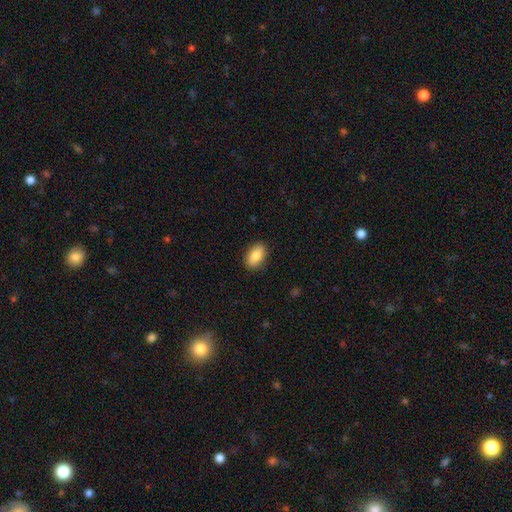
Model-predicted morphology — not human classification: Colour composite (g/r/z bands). It shows a smooth galaxy with no disk features (83%) that is in between round and cigar-shaped (90%). Merging: none (88%).